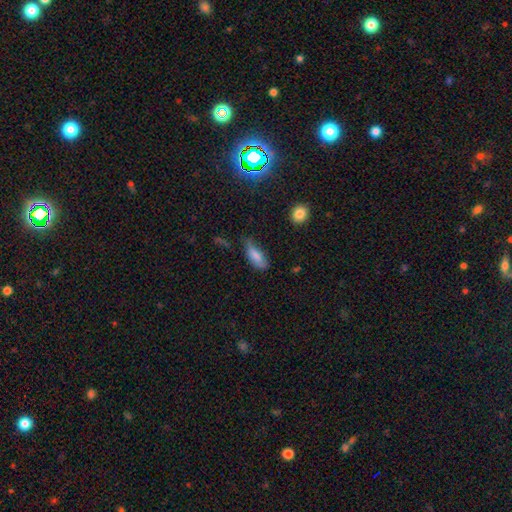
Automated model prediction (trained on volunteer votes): The model was most divided on "merging": none: 44%, minor disturbance: 39%, major disturbance: 14%, merger: 3%. More confident: smooth or featured — smooth (80%); how rounded — in between (69%).